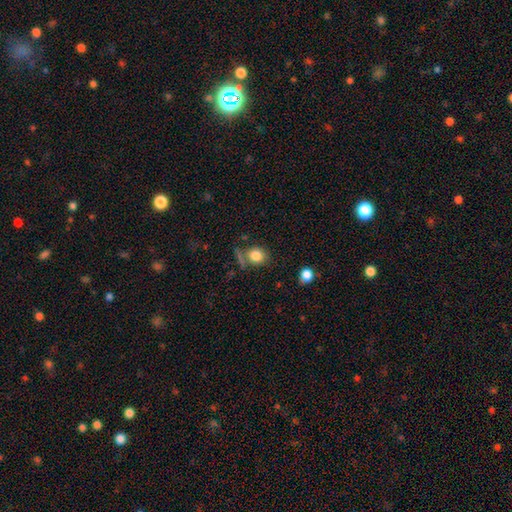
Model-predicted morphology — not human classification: smooth-or-featured: smooth: 82% | star or artifact: 10% | featured or disk: 7%
  how-rounded: round: 70% | in between: 29% | cigar-shaped: 1%
  merging: none: 65% | minor disturbance: 16% | merger: 12% | major disturbance: 7%